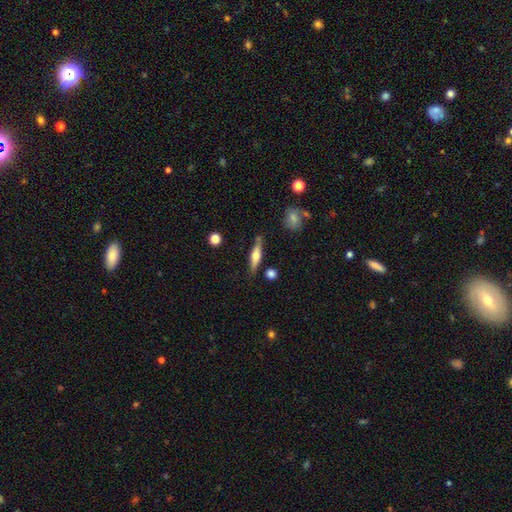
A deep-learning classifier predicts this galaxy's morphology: Overall: featured or disk (53%; smooth 40%). Edge-on disk: yes (94%). Edge-on bulge: rounded (91%). Merging: none (80%).